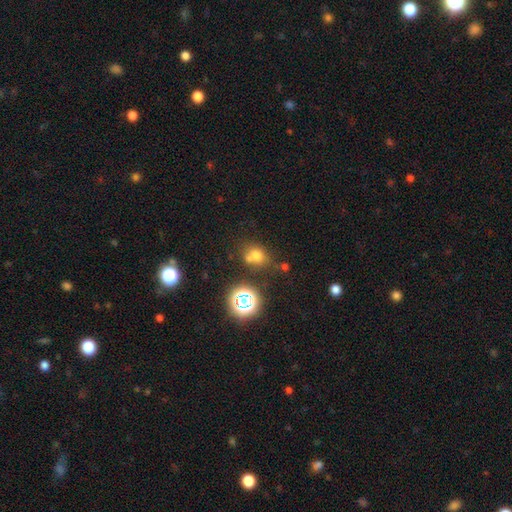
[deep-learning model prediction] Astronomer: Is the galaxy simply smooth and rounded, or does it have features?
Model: smooth — 66%.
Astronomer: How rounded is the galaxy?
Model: round — 63%.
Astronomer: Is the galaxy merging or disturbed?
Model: none — 52% (runner-up: merger, 30%).